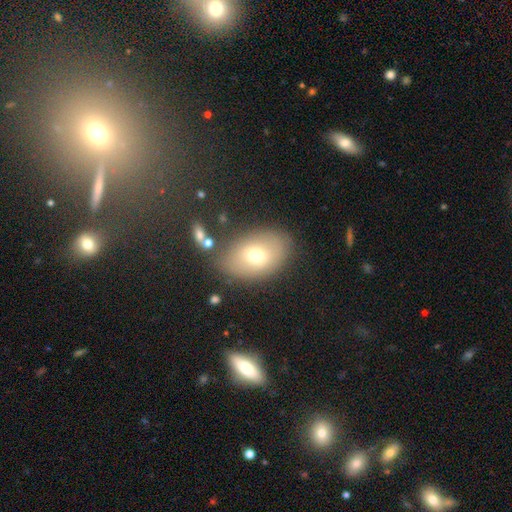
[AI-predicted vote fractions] A smooth galaxy with no disk features (69%) that is in between round and cigar-shaped (82%).

Vote fractions:
- Smooth or featured? smooth: 69% / featured or disk: 20% / star or artifact: 11%
- How rounded? in between: 82% / round: 17% / cigar-shaped: 1%
- Merging? none: 76% / minor disturbance: 14% / major disturbance: 5% / merger: 5%